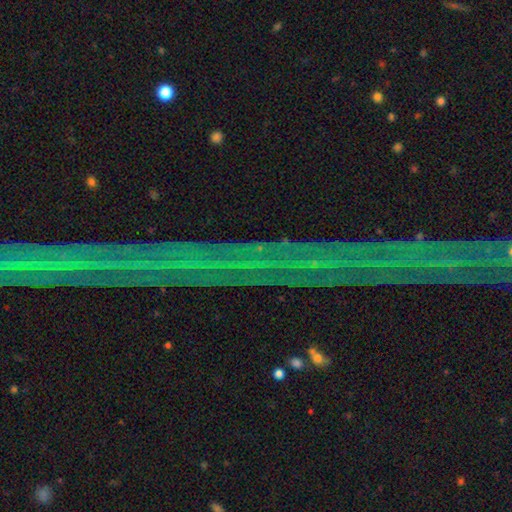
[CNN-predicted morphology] A star or artifact, not a galaxy (82%).